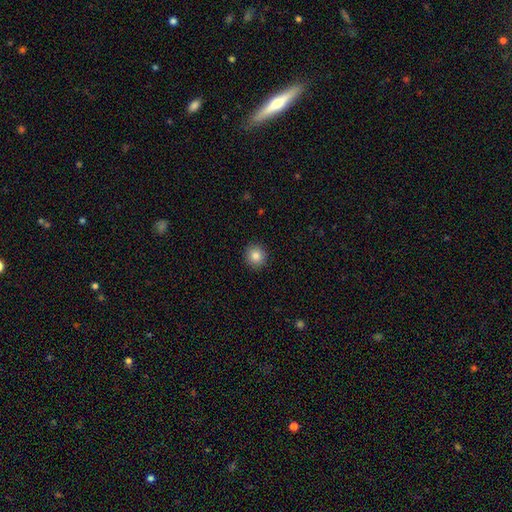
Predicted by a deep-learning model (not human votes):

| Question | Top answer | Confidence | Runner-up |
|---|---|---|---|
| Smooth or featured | smooth | 84% | star or artifact (10%) |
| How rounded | round | 89% | in between (10%) |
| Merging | none | 92% | minor disturbance (6%) |